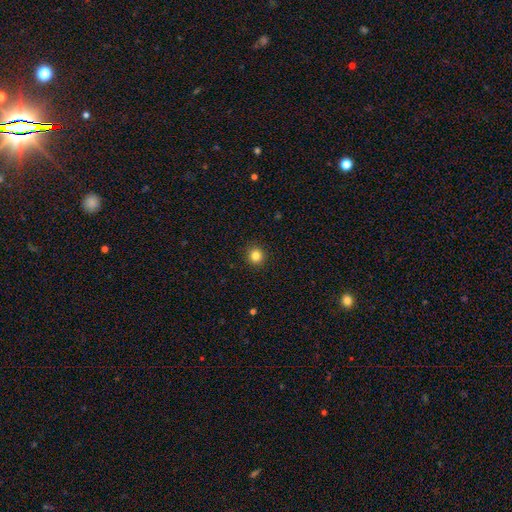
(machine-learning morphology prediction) smooth_or_featured: smooth (p=0.83) [alt: star or artifact p=0.12]
how_rounded: round (p=0.93) [alt: in between p=0.06]
merging: none (p=0.93) [alt: minor disturbance p=0.05]